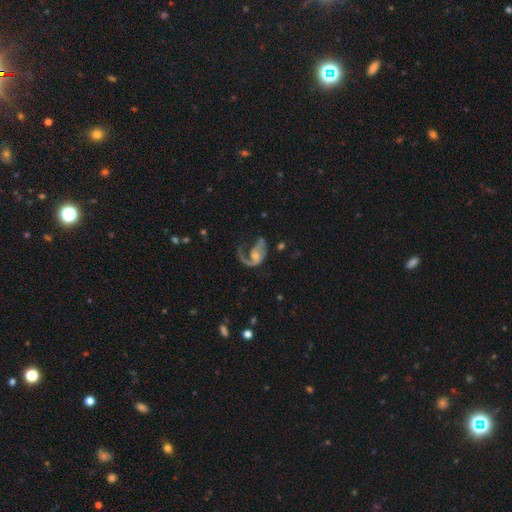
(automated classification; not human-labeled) Morphology: type=featured or disk (80%); edge-on=no (97%); bar=no (61%); spiral arms=yes (89%); winding=loose (48%); arm count=1 (64%); bulge=small (51%); merging=major disturbance (47%).